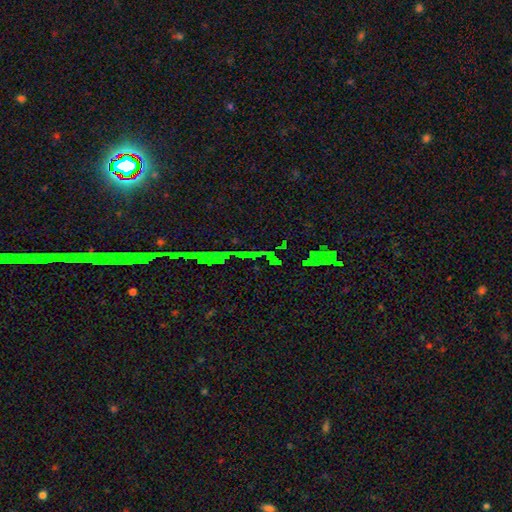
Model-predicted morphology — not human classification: Overall: star or artifact (83%).